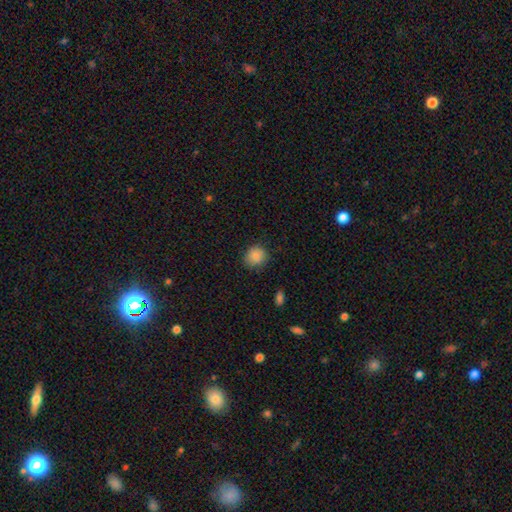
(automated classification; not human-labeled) The model was most divided on "how rounded": round: 84%, in between: 15%, cigar-shaped: 1%. More confident: smooth or featured — smooth (87%); merging — none (84%).